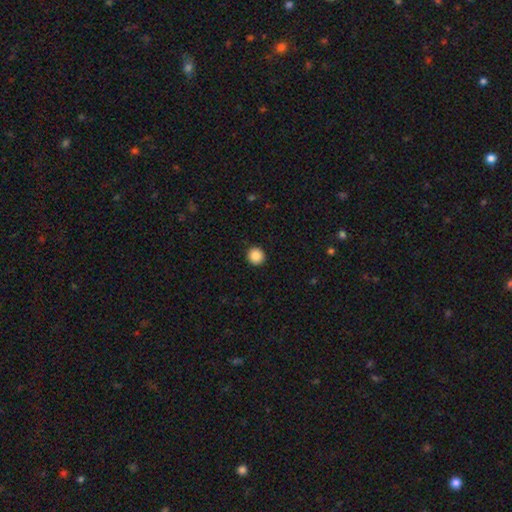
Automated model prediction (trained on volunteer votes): Morphology: type=smooth (87%); roundness=round (94%); merging=none (92%).